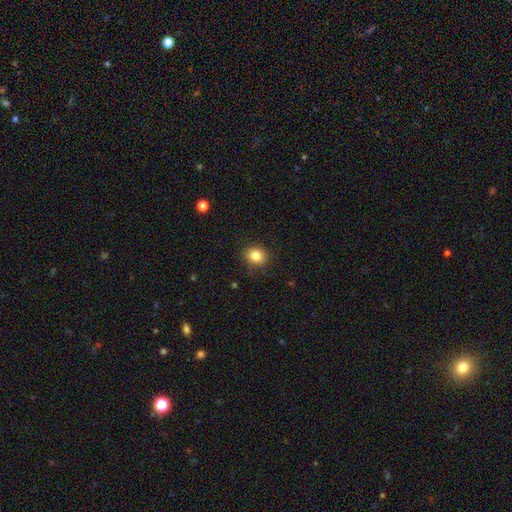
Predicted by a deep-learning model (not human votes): This is clearly a smooth galaxy (84%). How rounded: likely round (76%). Merging: clearly none (87%).